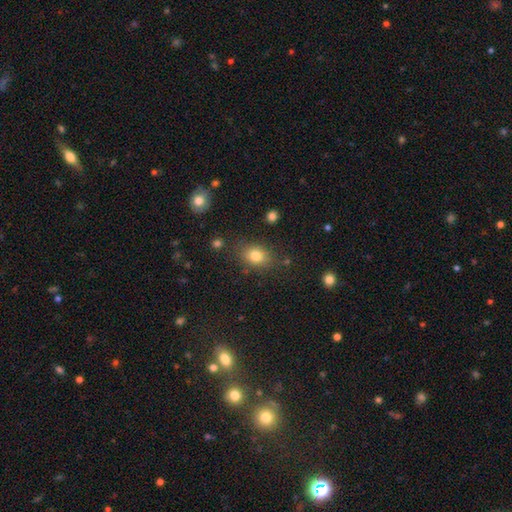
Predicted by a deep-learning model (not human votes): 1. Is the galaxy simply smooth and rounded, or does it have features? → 80% smooth, 12% star or artifact, 9% featured or disk.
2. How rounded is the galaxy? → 61% in between, 37% round, 1% cigar-shaped.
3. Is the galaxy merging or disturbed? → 80% none, 13% minor disturbance, 4% major disturbance, 3% merger.